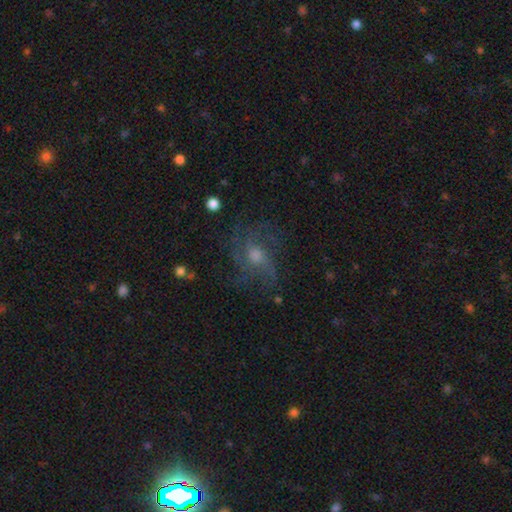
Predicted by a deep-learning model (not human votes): Q: Smooth or featured?
A: featured or disk (63%); runner-up: smooth (22%)
Q: Edge-on disk?
A: no (96%); runner-up: yes (4%)
Q: Bar?
A: no (74%); runner-up: weak (23%)
Q: Spiral arms?
A: yes (81%); runner-up: no (19%)
Q: Bulge size?
A: moderate (55%); runner-up: small (25%)
Q: Merging?
A: none (62%); runner-up: major disturbance (19%)